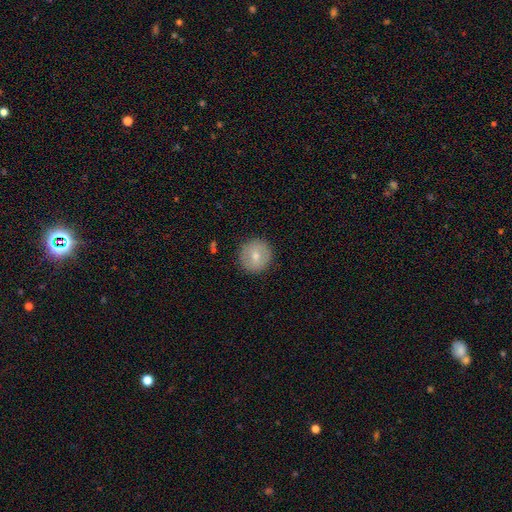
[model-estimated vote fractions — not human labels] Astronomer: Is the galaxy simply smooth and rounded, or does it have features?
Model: smooth — 68%.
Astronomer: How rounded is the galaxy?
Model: round — 94%.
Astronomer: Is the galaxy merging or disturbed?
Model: none — 89%.